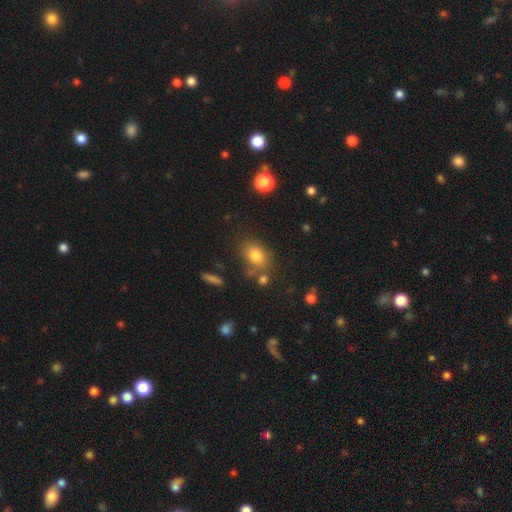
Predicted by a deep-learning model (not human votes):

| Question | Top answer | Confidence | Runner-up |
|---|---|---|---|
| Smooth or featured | smooth | 79% | star or artifact (10%) |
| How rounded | in between | 76% | round (22%) |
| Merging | none | 70% | minor disturbance (15%) |